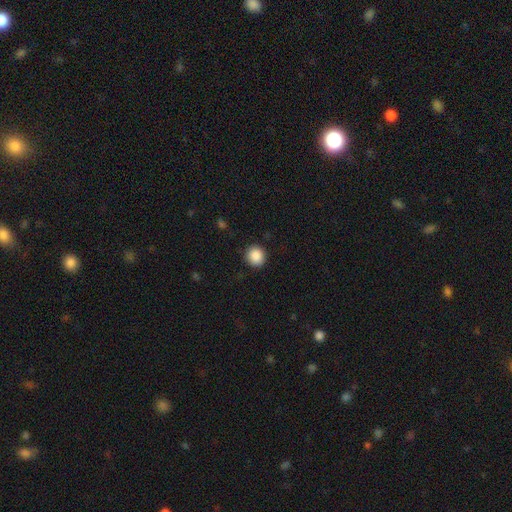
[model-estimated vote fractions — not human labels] This appears to be a smooth galaxy with no disk features (88%) that is round (88%). Merging: none (91%).